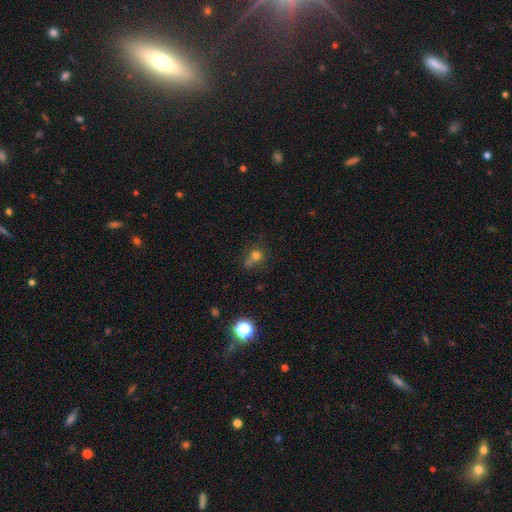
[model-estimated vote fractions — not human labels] Smooth or featured? smooth (68%)
How rounded? round (78%)
Merging? none (46%)